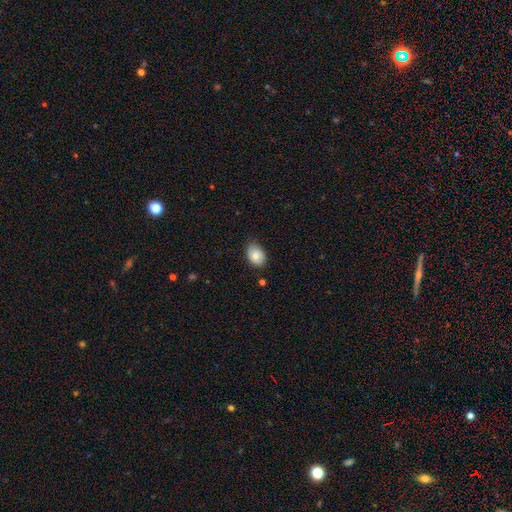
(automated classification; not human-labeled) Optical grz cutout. It shows a smooth galaxy with no disk features (79%) that is in between round and cigar-shaped (80%). Merging: none (68%).